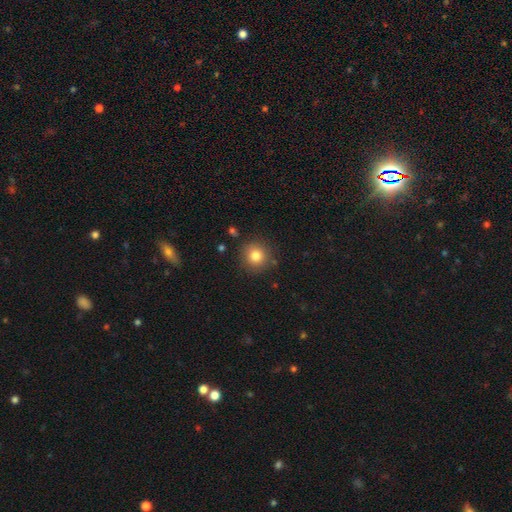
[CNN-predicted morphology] Overall: smooth (82%). How rounded: round (93%). Merging: none (86%).